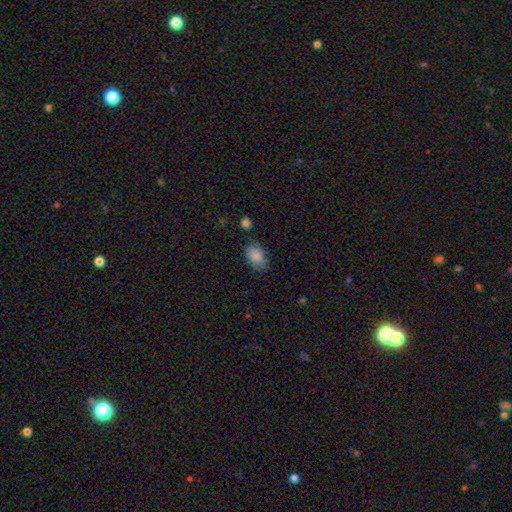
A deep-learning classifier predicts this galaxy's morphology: smooth-or-featured: smooth: 86% | featured or disk: 7% | star or artifact: 7%
  how-rounded: in between: 89% | round: 10% | cigar-shaped: 1%
  merging: none: 74% | minor disturbance: 19% | major disturbance: 5% | merger: 3%